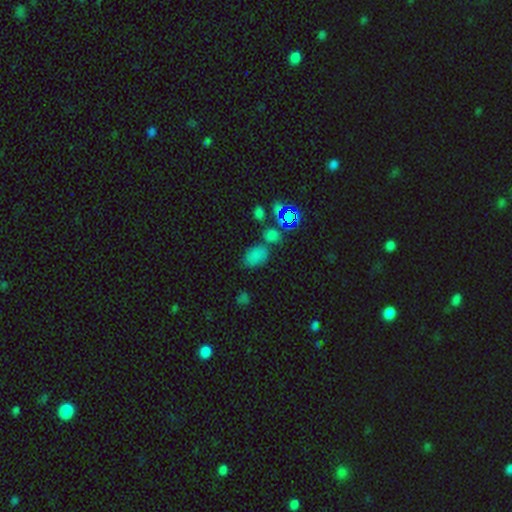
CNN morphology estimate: Smooth or featured?
  - smooth: 71% *
  - star or artifact: 22%
  - featured or disk: 7%
How rounded?
  - in between: 83% *
  - round: 15%
  - cigar-shaped: 2%
Merging?
  - none: 57% *
  - merger: 20%
  - minor disturbance: 16%
  - major disturbance: 7%